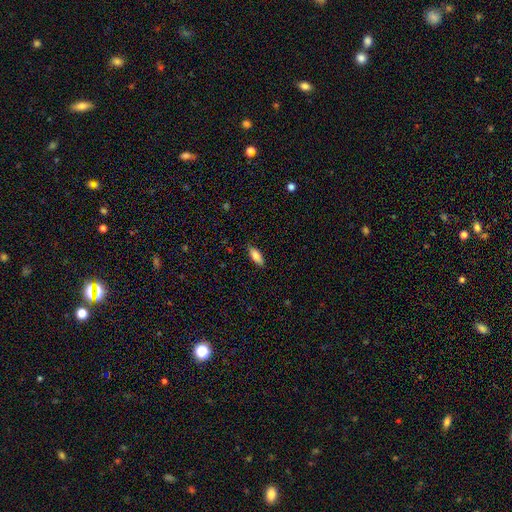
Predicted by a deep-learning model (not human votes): A smooth galaxy with no disk features (84%) that is in between round and cigar-shaped (79%). Merging: none (85%).